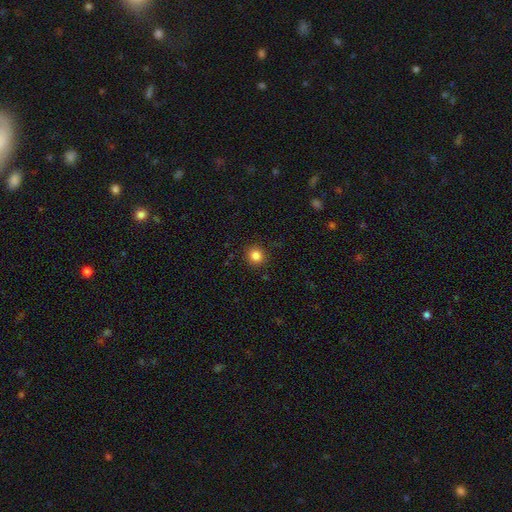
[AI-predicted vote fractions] This is clearly a smooth galaxy (85%). How rounded: clearly round (89%). Merging: clearly none (90%).